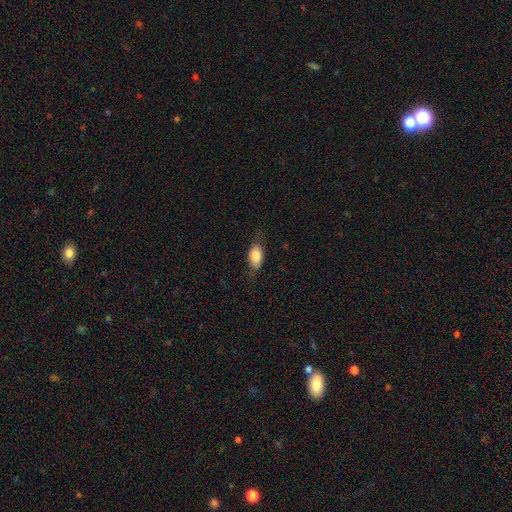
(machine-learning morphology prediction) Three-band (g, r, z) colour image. It shows a smooth galaxy with no disk features (81%) that is in between round and cigar-shaped (88%). Merging: none (71%).